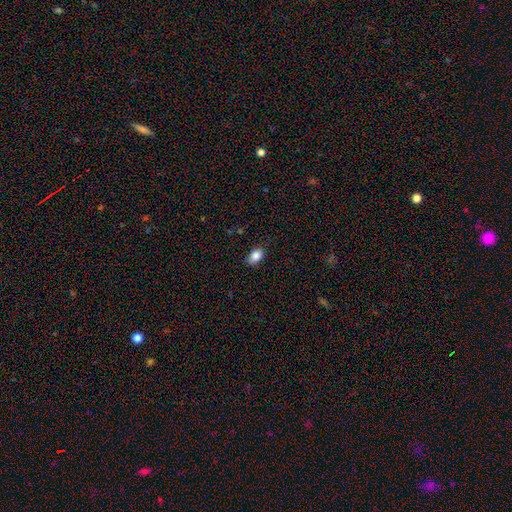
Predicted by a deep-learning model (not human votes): Smooth or featured? smooth (85%)
How rounded? in between (87%)
Merging? none (82%)